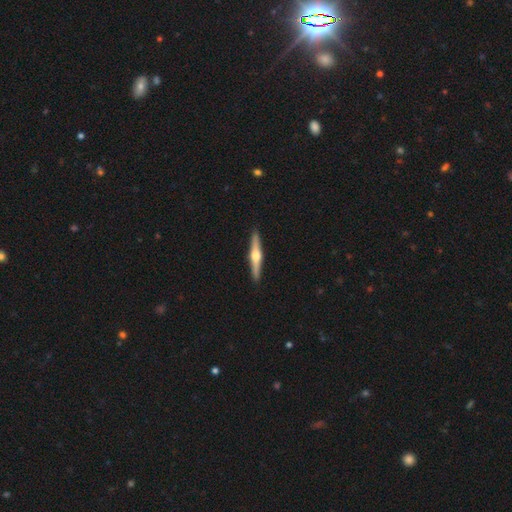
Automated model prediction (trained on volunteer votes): Q: Smooth or featured?
A: featured or disk (72%); runner-up: smooth (23%)
Q: Edge-on disk?
A: yes (98%); runner-up: no (2%)
Q: Edge-on bulge?
A: rounded (95%); runner-up: boxy (3%)
Q: Merging?
A: none (92%); runner-up: minor disturbance (5%)